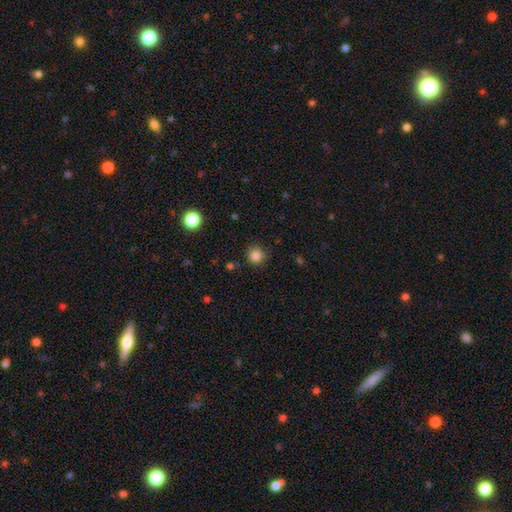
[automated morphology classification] smooth-or-featured: smooth: 84% | star or artifact: 11% | featured or disk: 4%
  how-rounded: round: 89% | in between: 10% | cigar-shaped: 1%
  merging: none: 84% | minor disturbance: 11% | major disturbance: 3% | merger: 2%